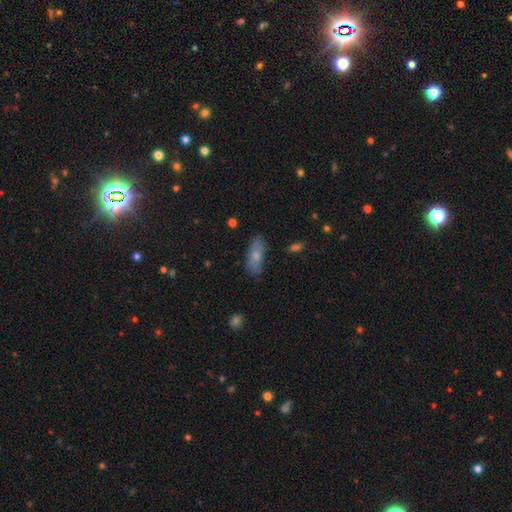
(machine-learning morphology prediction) A smooth galaxy with no disk features (69%) that is in between round and cigar-shaped (74%).

Vote fractions:
- Smooth or featured? smooth: 69% / featured or disk: 24% / star or artifact: 7%
- How rounded? in between: 74% / cigar-shaped: 23% / round: 3%
- Merging? none: 76% / minor disturbance: 18% / major disturbance: 4% / merger: 2%